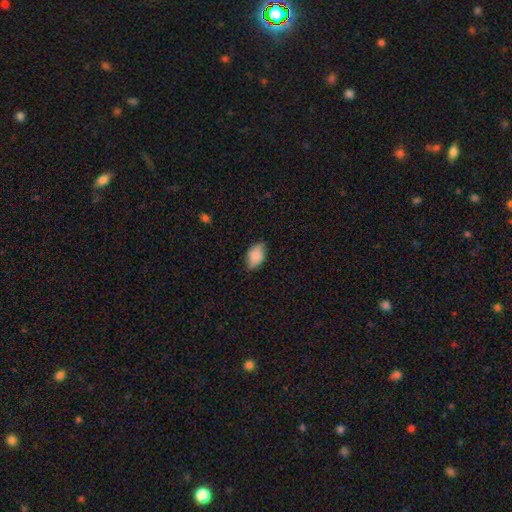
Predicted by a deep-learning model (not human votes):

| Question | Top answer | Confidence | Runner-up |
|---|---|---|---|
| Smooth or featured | smooth | 82% | featured or disk (11%) |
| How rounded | in between | 90% | round (8%) |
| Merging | none | 73% | minor disturbance (22%) |